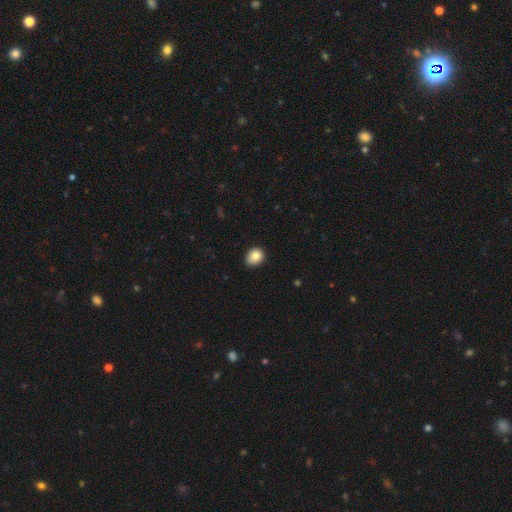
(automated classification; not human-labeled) Smooth or featured? Predicted: smooth (p=0.84). How rounded? Predicted: round (p=0.53). Merging? Predicted: none (p=0.72).